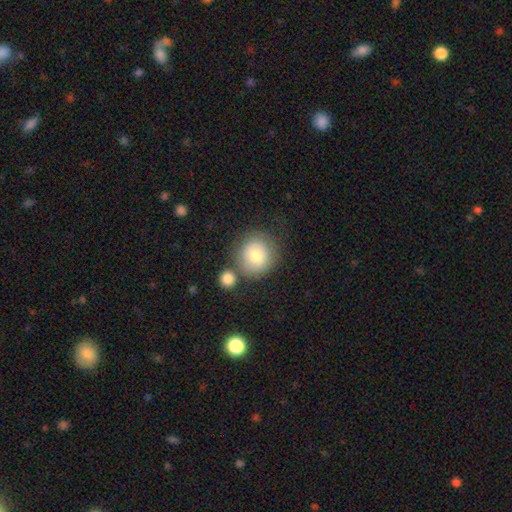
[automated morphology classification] Smooth or featured? smooth (75%)
How rounded? round (89%)
Merging? none (65%)